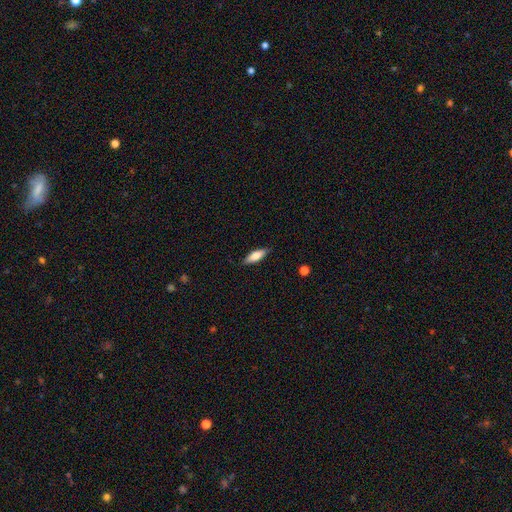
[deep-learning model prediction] smooth_or_featured: smooth (p=0.72) [alt: featured or disk p=0.22]
how_rounded: in between (p=0.55) [alt: cigar-shaped p=0.43]
merging: none (p=0.85) [alt: minor disturbance p=0.12]